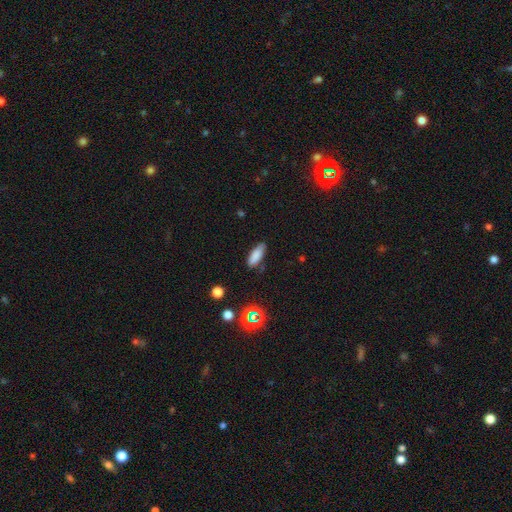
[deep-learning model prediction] The model was most divided on "how rounded": in between: 70%, cigar-shaped: 27%, round: 2%. More confident: smooth or featured — smooth (82%); merging — none (76%).